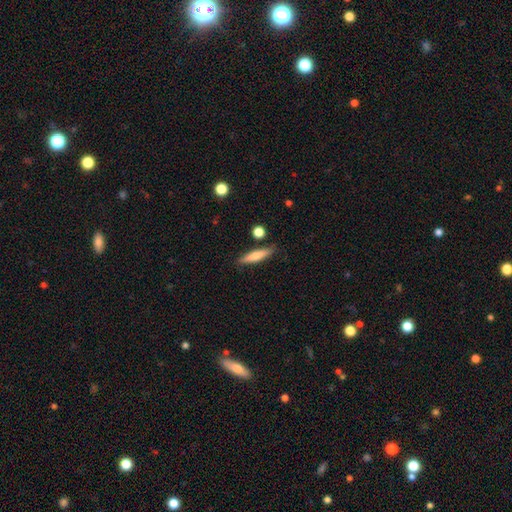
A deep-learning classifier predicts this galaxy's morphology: smooth 70%, featured or disk 23%, star or artifact 7%. Down the decision tree: how rounded — cigar-shaped (84%); merging — none (84%).